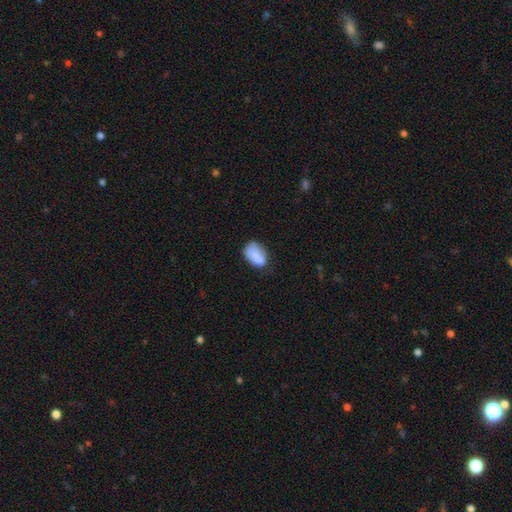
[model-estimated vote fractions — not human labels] Q: Smooth or featured?
A: smooth (75%); runner-up: featured or disk (18%)
Q: How rounded?
A: in between (83%); runner-up: round (15%)
Q: Merging?
A: none (49%); runner-up: minor disturbance (30%)